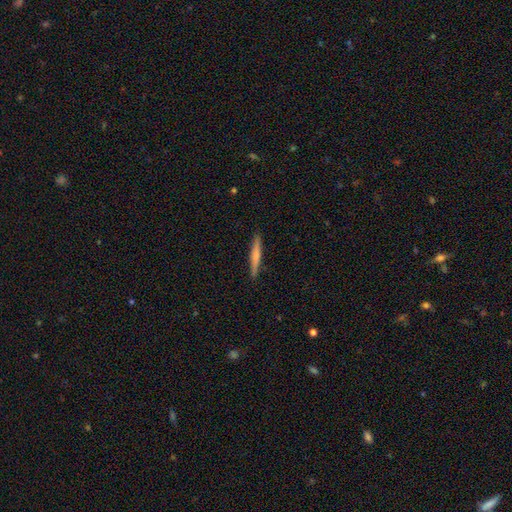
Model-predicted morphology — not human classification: This is possibly a smooth galaxy (57%). How rounded: clearly cigar-shaped (95%). Merging: clearly none (91%).